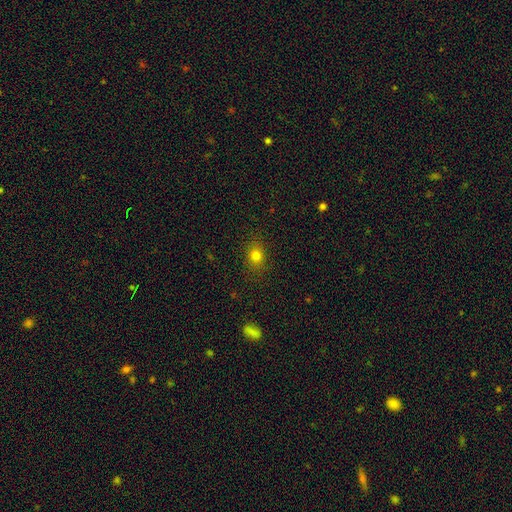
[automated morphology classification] A smooth galaxy with no disk features (78%) that is round (56%).

Vote fractions:
- Smooth or featured? smooth: 78% / star or artifact: 15% / featured or disk: 8%
- How rounded? round: 56% / in between: 43% / cigar-shaped: 1%
- Merging? none: 87% / minor disturbance: 9% / major disturbance: 3% / merger: 1%